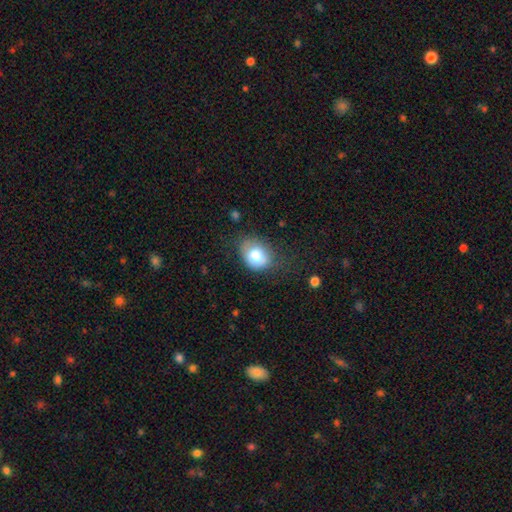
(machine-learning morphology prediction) type=smooth (79%); roundness=in between (61%); merging=none (57%).